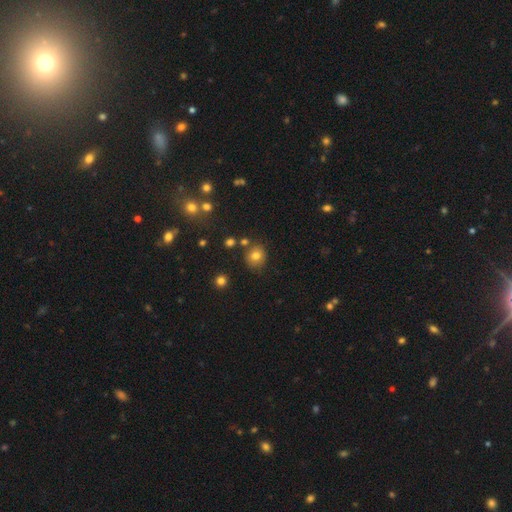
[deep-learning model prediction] Smooth or featured? smooth (78%)
How rounded? round (82%)
Merging? none (80%)